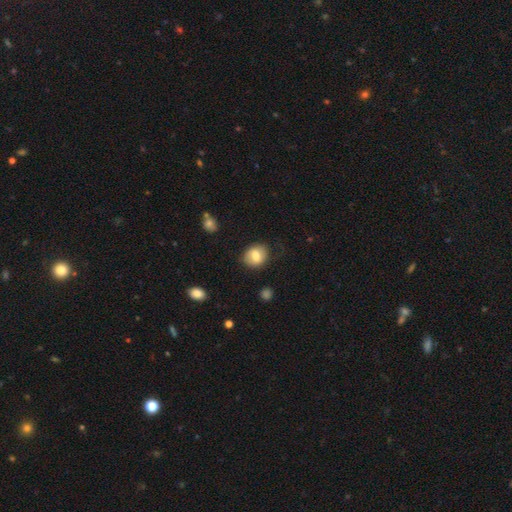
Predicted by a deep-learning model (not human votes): This appears to be a smooth galaxy with no disk features (74%) that is round (56%). Merging: none (77%).